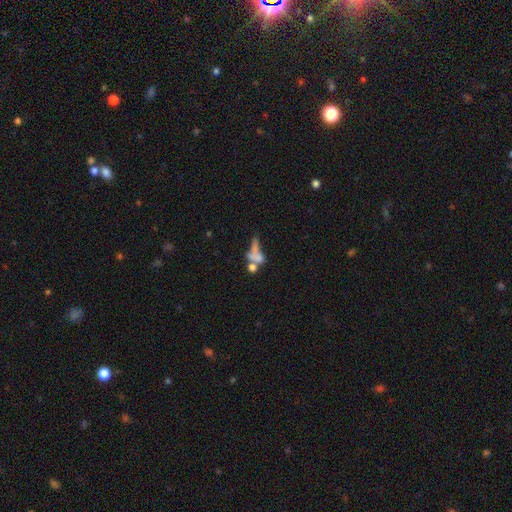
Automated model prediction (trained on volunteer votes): smooth 50%, featured or disk 34%, star or artifact 16%. Down the decision tree: how rounded — in between (50%); merging — merger (44%).